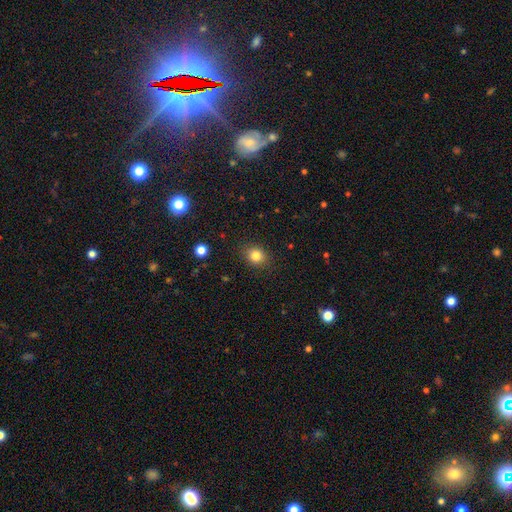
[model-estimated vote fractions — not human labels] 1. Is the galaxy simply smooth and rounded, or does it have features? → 83% smooth, 11% star or artifact, 6% featured or disk.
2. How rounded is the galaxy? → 65% round, 34% in between, 1% cigar-shaped.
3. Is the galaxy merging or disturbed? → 87% none, 9% minor disturbance, 3% major disturbance, 1% merger.